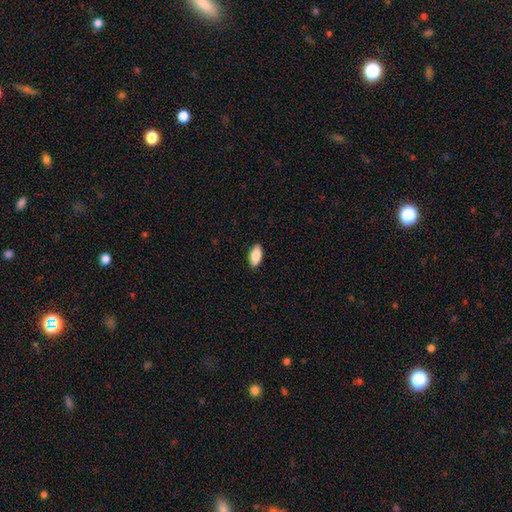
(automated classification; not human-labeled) smooth_or_featured: smooth (p=0.86) [alt: featured or disk p=0.08]
how_rounded: in between (p=0.90) [alt: cigar-shaped p=0.07]
merging: none (p=0.89) [alt: minor disturbance p=0.08]